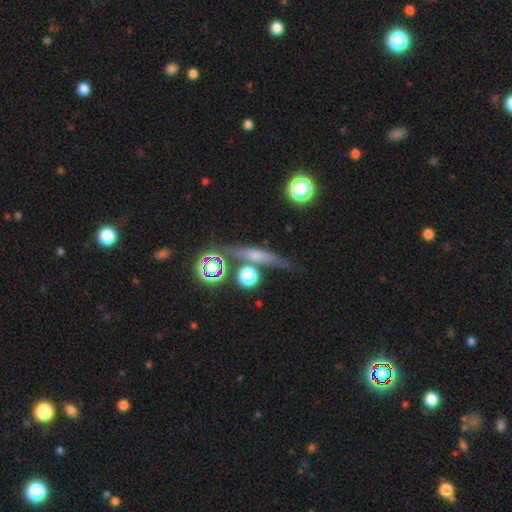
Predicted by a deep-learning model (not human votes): Q: Smooth or featured?
A: featured or disk (45%); runner-up: smooth (35%)
Q: Merging?
A: none (73%); runner-up: minor disturbance (12%)